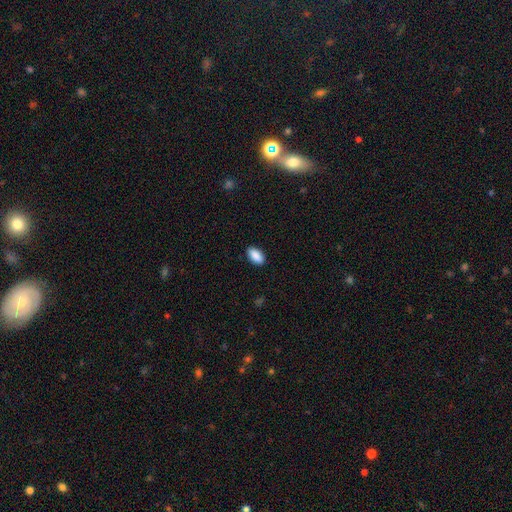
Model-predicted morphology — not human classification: Smooth or featured: smooth — 90% (star or artifact — 6%)
How rounded: in between — 92% (cigar-shaped — 5%)
Merging: none — 89% (minor disturbance — 8%)